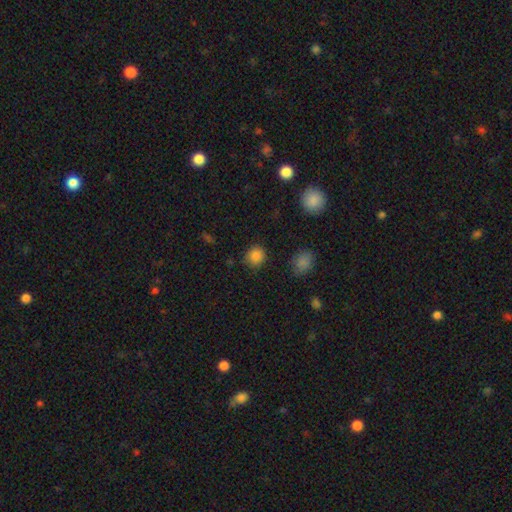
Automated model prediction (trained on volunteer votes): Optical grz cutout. It shows a smooth galaxy with no disk features (85%) that is round (86%). Merging: none (83%).